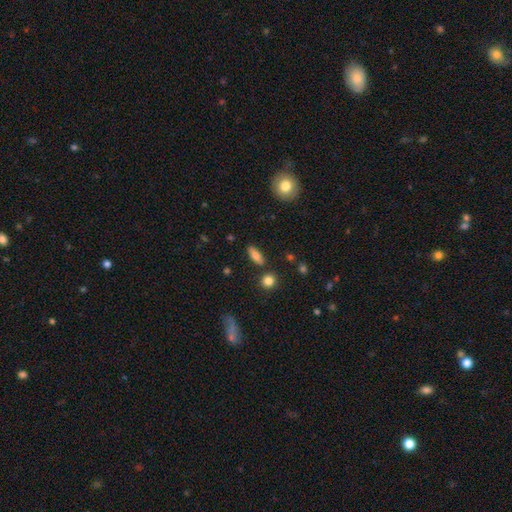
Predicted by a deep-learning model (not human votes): This appears to be a smooth galaxy with no disk features (81%) that is in between round and cigar-shaped (73%). Merging: none (83%).